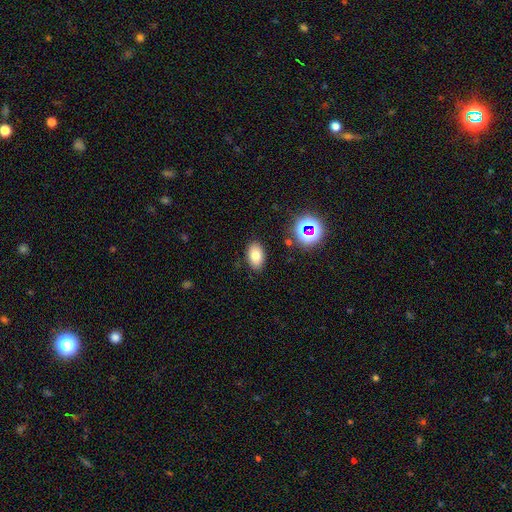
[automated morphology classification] A smooth galaxy with no disk features (76%) that is in between round and cigar-shaped (91%).

Vote fractions:
- Smooth or featured? smooth: 76% / star or artifact: 13% / featured or disk: 11%
- How rounded? in between: 91% / round: 8% / cigar-shaped: 1%
- Merging? none: 86% / minor disturbance: 9% / major disturbance: 3% / merger: 2%